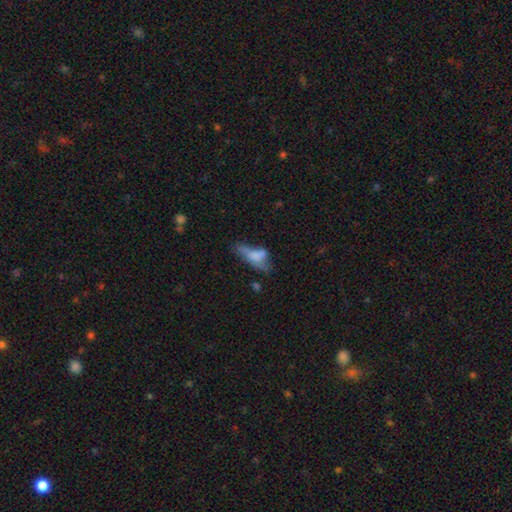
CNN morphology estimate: This is possibly a smooth galaxy (56%). How rounded: likely in between (68%). Merging: marginally major disturbance (36%).